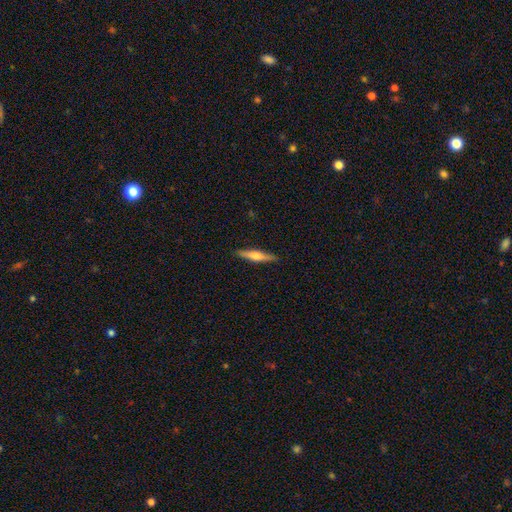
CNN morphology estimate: Q: Smooth or featured?
A: featured or disk (54%); runner-up: smooth (41%)
Q: Edge-on disk?
A: yes (97%); runner-up: no (3%)
Q: Edge-on bulge?
A: rounded (84%); runner-up: boxy (10%)
Q: Merging?
A: none (90%); runner-up: minor disturbance (7%)